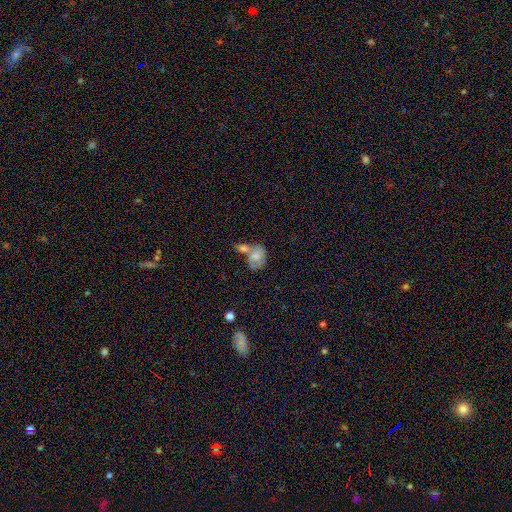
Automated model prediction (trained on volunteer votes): A smooth galaxy with no disk features (74%) that is in between round and cigar-shaped (72%). Merging: merger (54%).